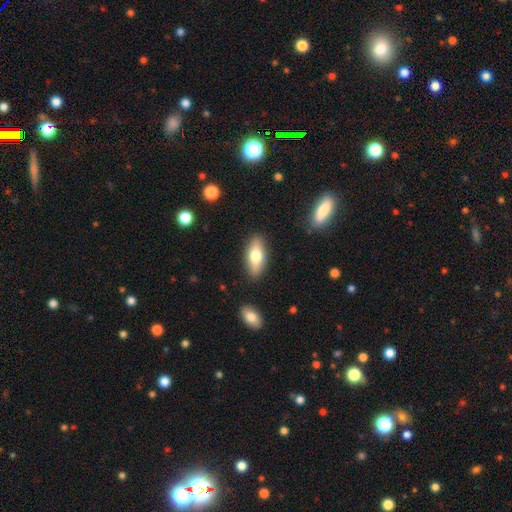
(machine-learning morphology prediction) smooth 70%, featured or disk 23%, star or artifact 6%. Down the decision tree: how rounded — in between (76%); merging — none (86%).